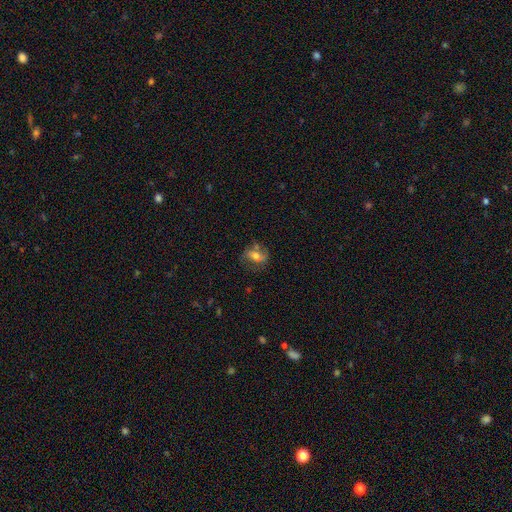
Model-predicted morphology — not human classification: This is possibly a smooth galaxy (46%). Merging: likely none (63%).